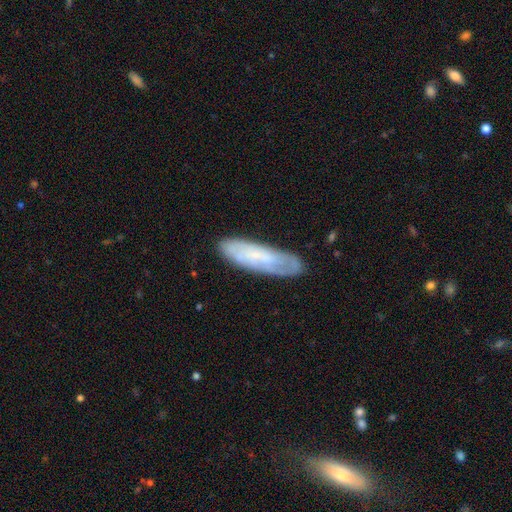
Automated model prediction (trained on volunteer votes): Morphology: type=featured or disk (49%); merging=none (78%).